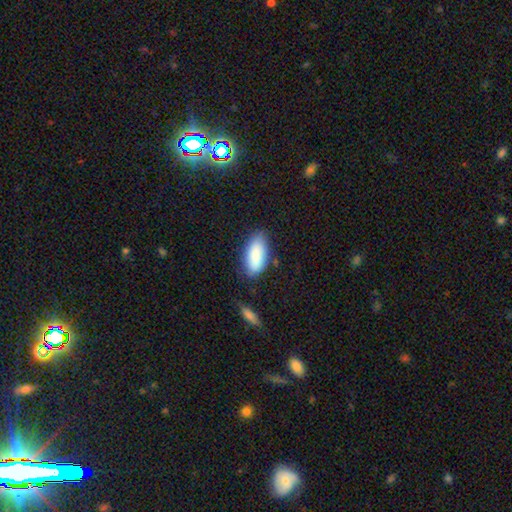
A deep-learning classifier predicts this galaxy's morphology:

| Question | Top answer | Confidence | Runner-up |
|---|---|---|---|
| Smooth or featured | smooth | 87% | featured or disk (7%) |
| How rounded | in between | 88% | cigar-shaped (10%) |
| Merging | none | 74% | minor disturbance (18%) |